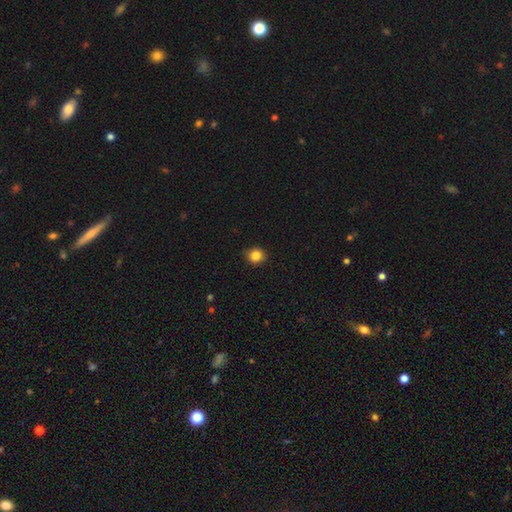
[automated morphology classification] Q: Smooth or featured?
A: smooth (85%); runner-up: star or artifact (11%)
Q: How rounded?
A: round (82%); runner-up: in between (17%)
Q: Merging?
A: none (87%); runner-up: minor disturbance (10%)